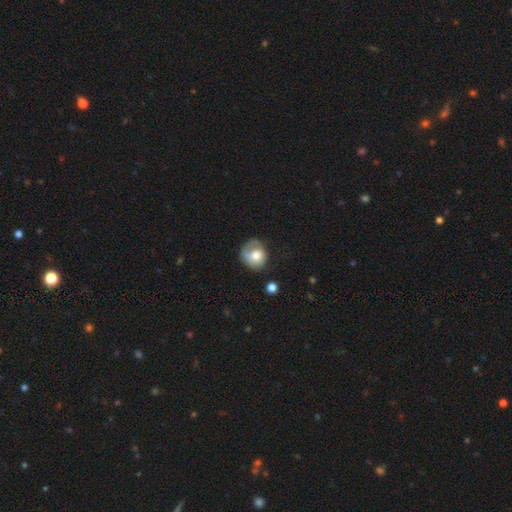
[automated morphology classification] A smooth galaxy with no disk features (60%) that is round (72%). Merging: none (46%).